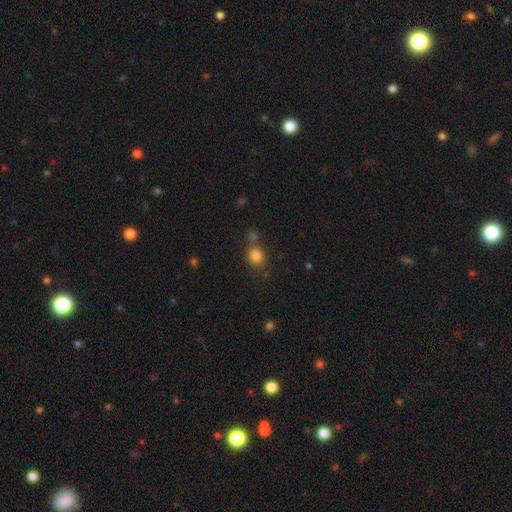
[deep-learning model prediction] The model was most divided on "how rounded": round: 56%, in between: 43%, cigar-shaped: 1%. More confident: smooth or featured — smooth (82%); merging — none (64%).